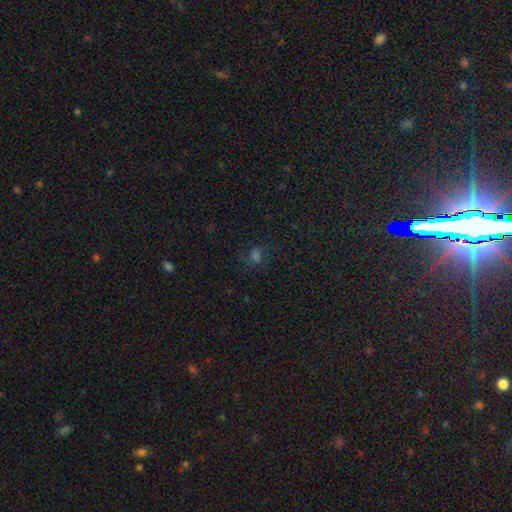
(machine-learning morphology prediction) This appears to be a smooth galaxy with no disk features (39%). Merging: none (66%).